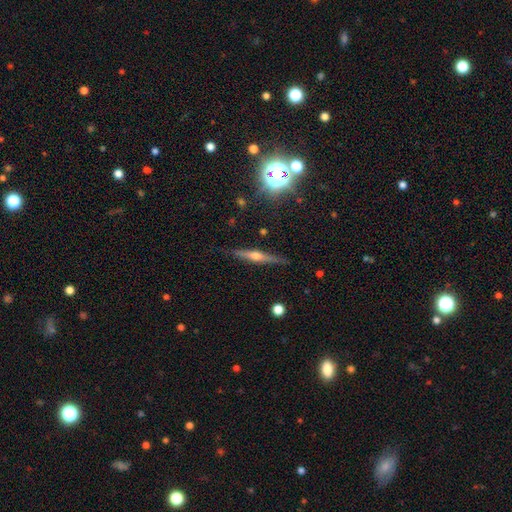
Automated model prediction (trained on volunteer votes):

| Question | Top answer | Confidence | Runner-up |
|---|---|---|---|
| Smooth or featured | featured or disk | 69% | smooth (22%) |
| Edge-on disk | yes | 97% | no (3%) |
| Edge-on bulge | rounded | 90% | none (5%) |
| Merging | none | 87% | minor disturbance (9%) |